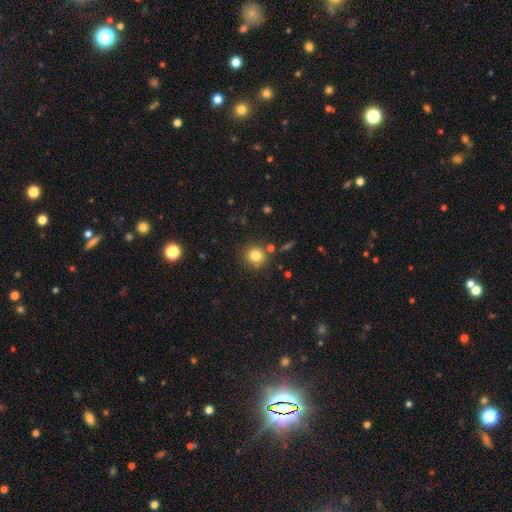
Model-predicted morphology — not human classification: Overall: smooth (81%). How rounded: round (89%). Merging: none (80%).